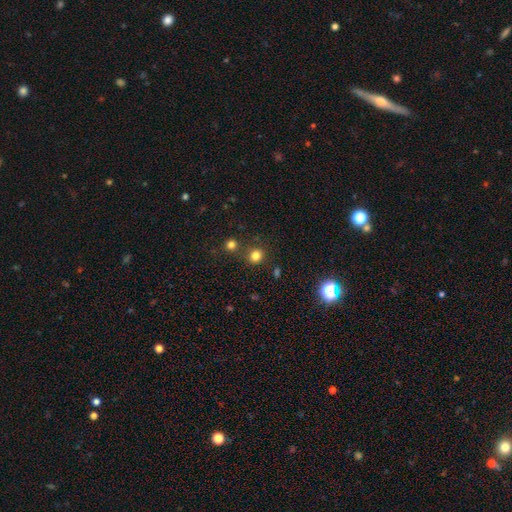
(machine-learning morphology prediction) This appears to be a smooth galaxy with no disk features (79%) that is round (90%). Merging: none (80%).